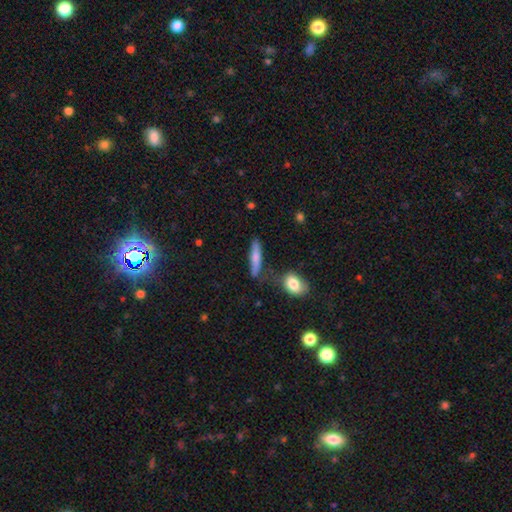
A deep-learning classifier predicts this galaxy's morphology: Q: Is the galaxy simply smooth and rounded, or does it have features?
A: smooth — 65%.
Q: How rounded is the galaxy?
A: cigar-shaped — 79%.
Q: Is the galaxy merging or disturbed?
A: none — 70%.